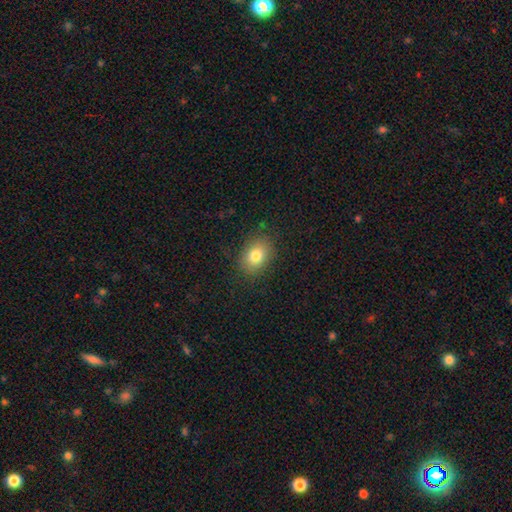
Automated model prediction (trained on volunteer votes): smooth 80%, star or artifact 10%, featured or disk 10%. Down the decision tree: how rounded — in between (67%); merging — none (85%).